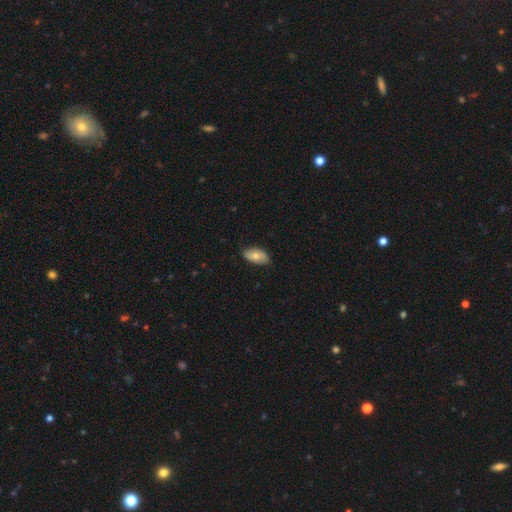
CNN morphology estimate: This appears to be a smooth galaxy with no disk features (70%) that is in between round and cigar-shaped (93%). Merging: none (79%).